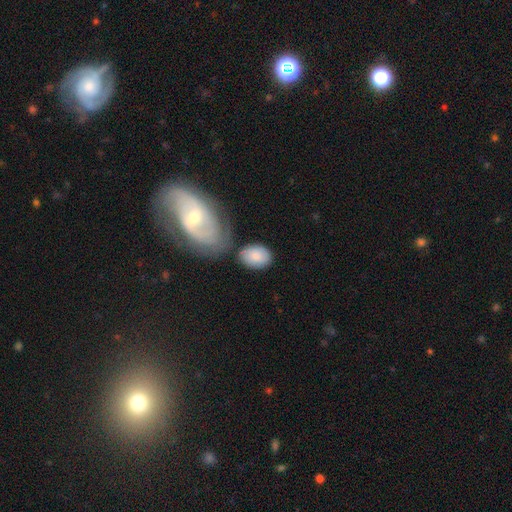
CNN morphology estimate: This is clearly a smooth galaxy (81%). How rounded: clearly in between (83%). Merging: possibly none (59%).